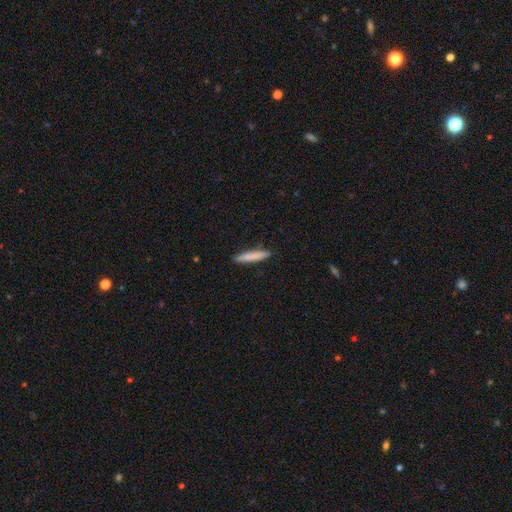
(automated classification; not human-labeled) This is likely a smooth galaxy (77%). How rounded: clearly cigar-shaped (93%). Merging: clearly none (90%).